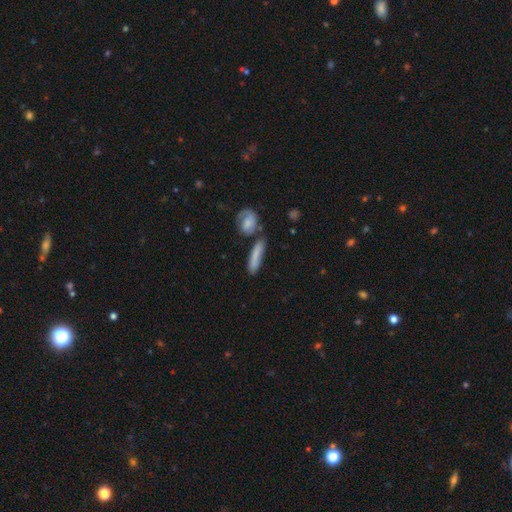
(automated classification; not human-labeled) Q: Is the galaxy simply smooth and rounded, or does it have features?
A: smooth — 72%.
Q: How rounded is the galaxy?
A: cigar-shaped — 74%.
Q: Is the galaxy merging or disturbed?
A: none — 57%.